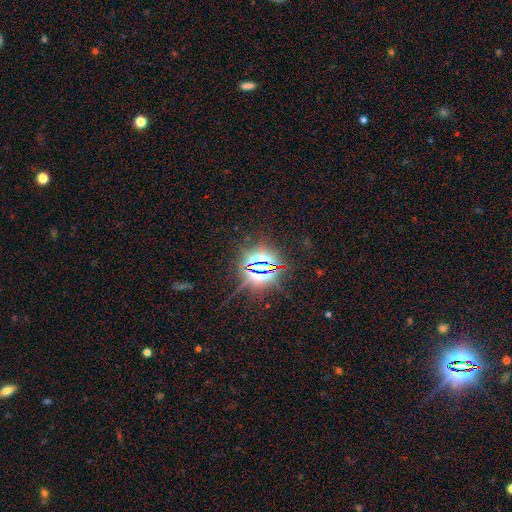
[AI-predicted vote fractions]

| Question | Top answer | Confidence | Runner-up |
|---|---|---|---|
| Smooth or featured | star or artifact | 83% | smooth (10%) |